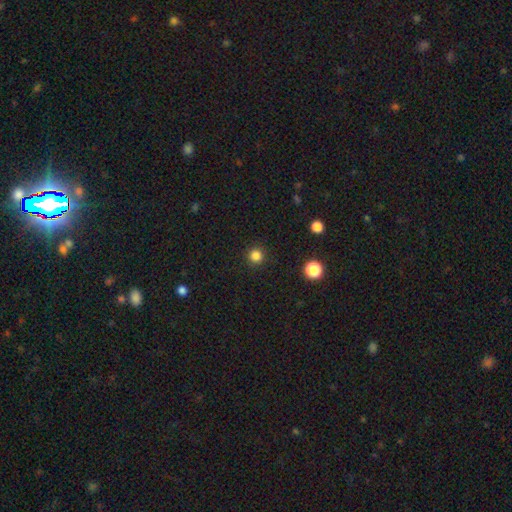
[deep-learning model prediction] Smooth or featured?
  - smooth: 84% *
  - star or artifact: 13%
  - featured or disk: 3%
How rounded?
  - round: 95% *
  - in between: 4%
  - cigar-shaped: 1%
Merging?
  - none: 92% *
  - minor disturbance: 5%
  - major disturbance: 2%
  - merger: 1%